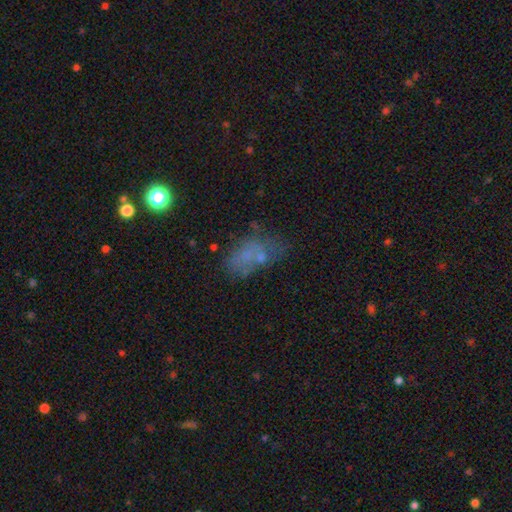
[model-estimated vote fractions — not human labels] Morphology: type=smooth (44%); merging=none (48%).